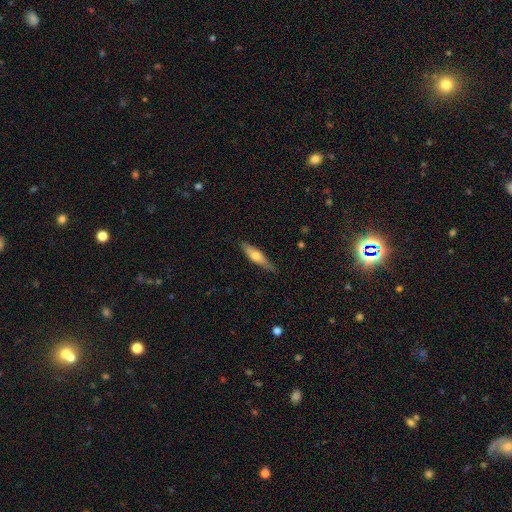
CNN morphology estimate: Smooth or featured: smooth — 53% (featured or disk — 41%)
How rounded: cigar-shaped — 69% (in between — 29%)
Merging: none — 82% (minor disturbance — 15%)